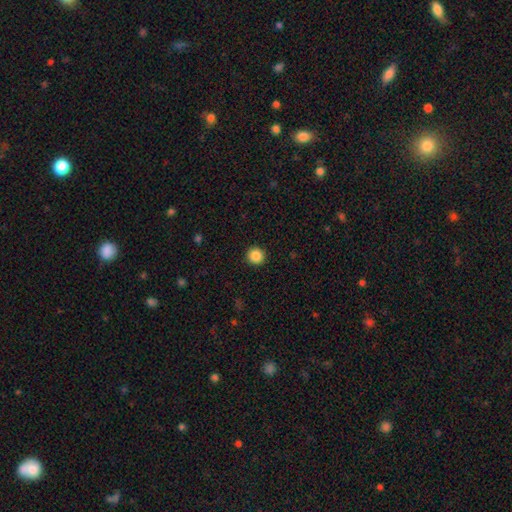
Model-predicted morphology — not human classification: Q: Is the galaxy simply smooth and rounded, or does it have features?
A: smooth — 87%.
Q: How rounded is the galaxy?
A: round — 95%.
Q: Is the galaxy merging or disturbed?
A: none — 93%.